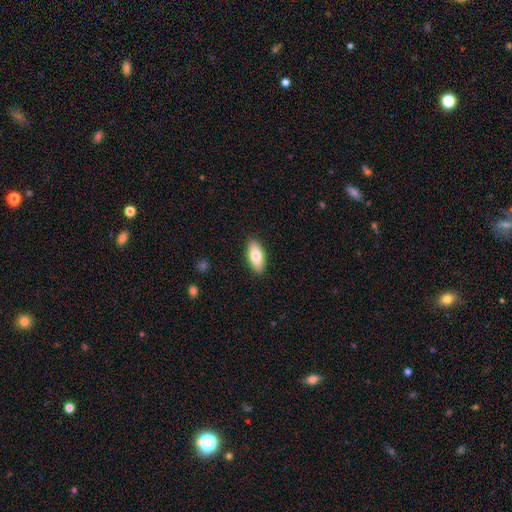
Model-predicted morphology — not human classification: smooth-or-featured: smooth: 76% | featured or disk: 17% | star or artifact: 6%
  how-rounded: in between: 88% | cigar-shaped: 10% | round: 3%
  merging: none: 89% | minor disturbance: 8% | major disturbance: 2% | merger: 1%